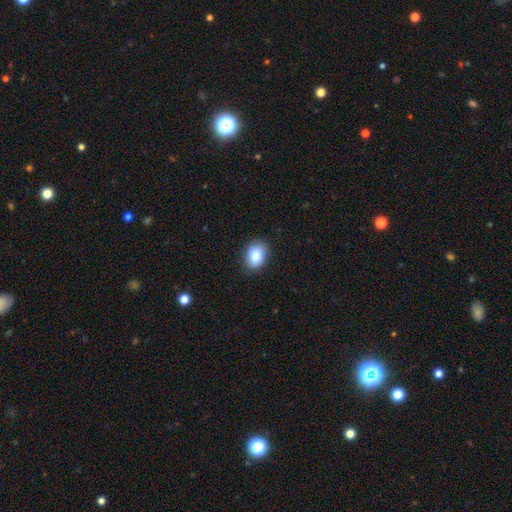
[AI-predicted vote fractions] smooth-or-featured: smooth: 82% | featured or disk: 9% | star or artifact: 9%
  how-rounded: in between: 64% | round: 35% | cigar-shaped: 1%
  merging: none: 87% | minor disturbance: 9% | major disturbance: 2% | merger: 1%